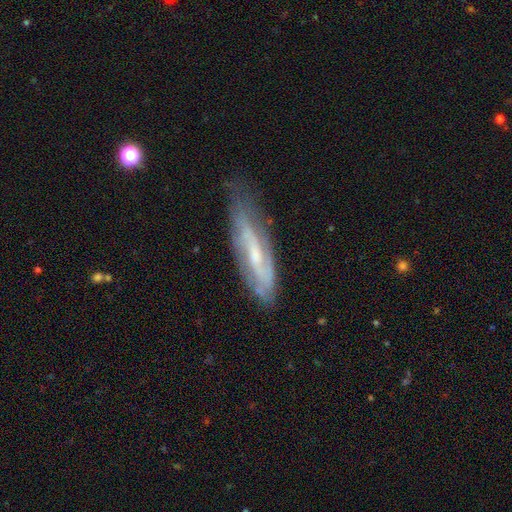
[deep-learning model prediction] Q: Smooth or featured?
A: featured or disk (73%); runner-up: smooth (20%)
Q: Edge-on disk?
A: no (70%); runner-up: yes (30%)
Q: Bar?
A: weak (46%); runner-up: no (34%)
Q: Spiral arms?
A: yes (84%); runner-up: no (16%)
Q: Bulge size?
A: small (51%); runner-up: moderate (37%)
Q: Merging?
A: none (64%); runner-up: minor disturbance (26%)